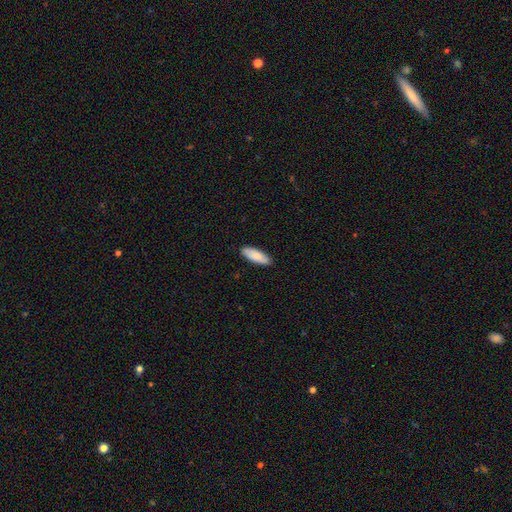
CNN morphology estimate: Smooth or featured? Predicted: smooth (p=0.87). How rounded? Predicted: in between (p=0.63). Merging? Predicted: none (p=0.89).